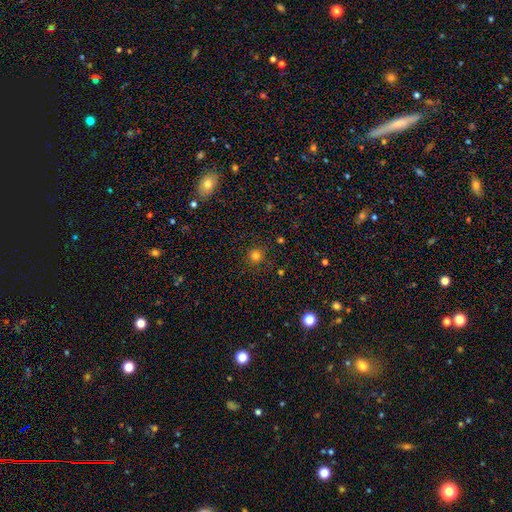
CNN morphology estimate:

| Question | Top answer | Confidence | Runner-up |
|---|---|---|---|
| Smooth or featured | smooth | 79% | star or artifact (16%) |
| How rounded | round | 93% | in between (6%) |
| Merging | none | 88% | minor disturbance (8%) |